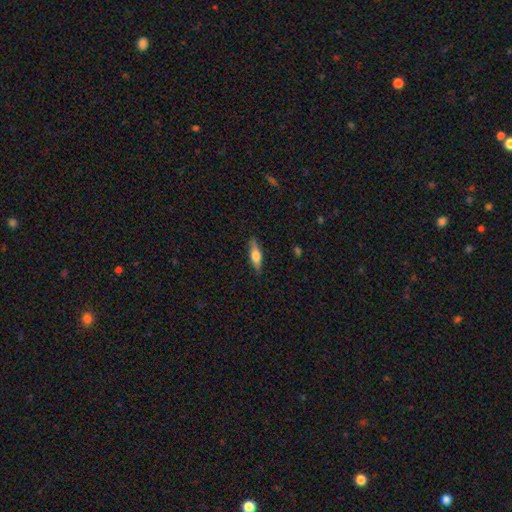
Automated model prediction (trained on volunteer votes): Smooth or featured?
  - smooth: 56% *
  - featured or disk: 38%
  - star or artifact: 6%
How rounded?
  - cigar-shaped: 52% *
  - in between: 45%
  - round: 3%
Merging?
  - none: 86% *
  - minor disturbance: 10%
  - major disturbance: 2%
  - merger: 1%